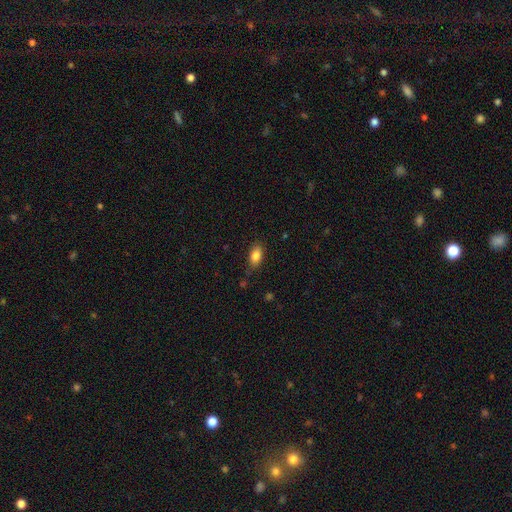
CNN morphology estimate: Smooth or featured? smooth (85%)
How rounded? in between (89%)
Merging? none (81%)